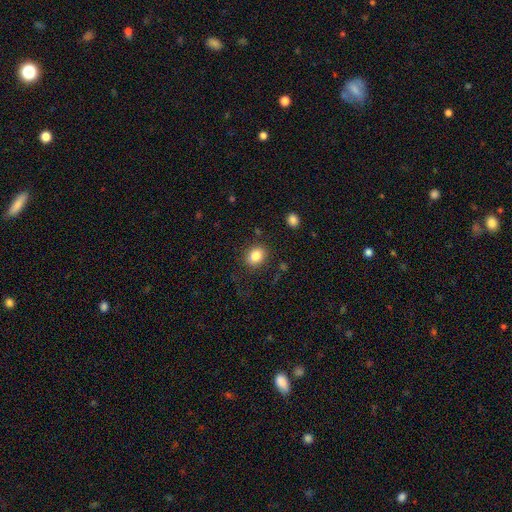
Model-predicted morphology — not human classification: smooth-or-featured: smooth: 83% | star or artifact: 10% | featured or disk: 7%
  how-rounded: round: 53% | in between: 46% | cigar-shaped: 1%
  merging: none: 84% | minor disturbance: 11% | major disturbance: 4% | merger: 2%